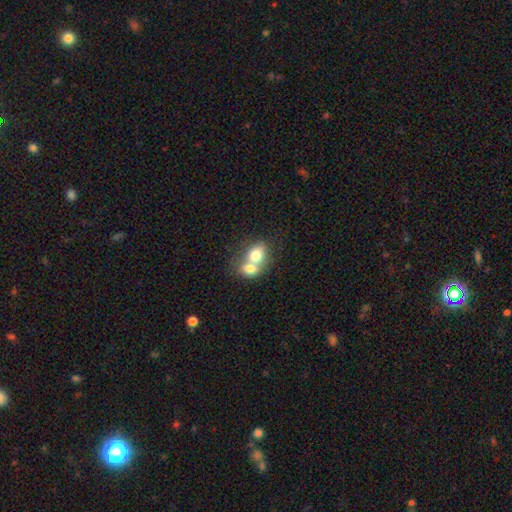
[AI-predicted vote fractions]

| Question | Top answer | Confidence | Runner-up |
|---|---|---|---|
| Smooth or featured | smooth | 72% | featured or disk (20%) |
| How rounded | in between | 50% | round (49%) |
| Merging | merger | 74% | none (18%) |